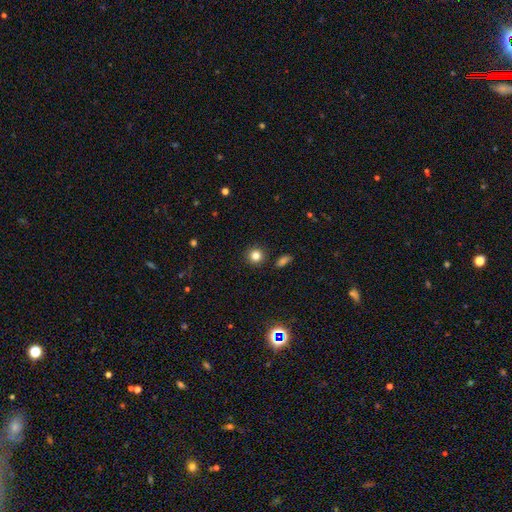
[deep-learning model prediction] smooth_or_featured: smooth (p=0.82) [alt: star or artifact p=0.13]
how_rounded: round (p=0.92) [alt: in between p=0.07]
merging: none (p=0.90) [alt: minor disturbance p=0.06]